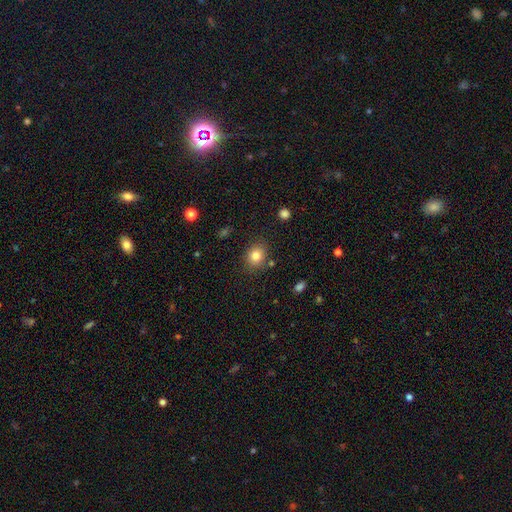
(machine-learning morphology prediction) Smooth or featured? smooth (83%)
How rounded? round (62%)
Merging? none (81%)